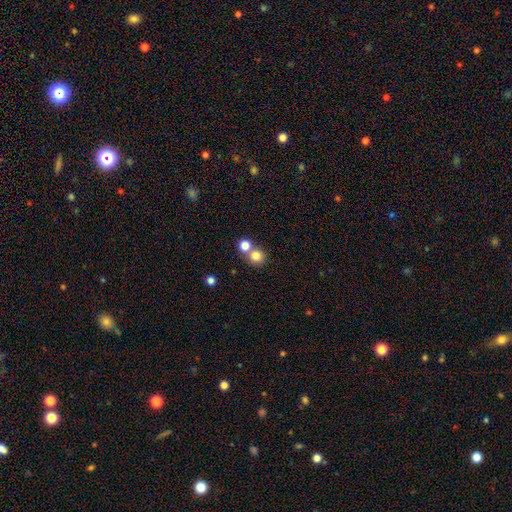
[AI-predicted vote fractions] A smooth galaxy with no disk features (80%) that is round (89%). Merging: none (51%).